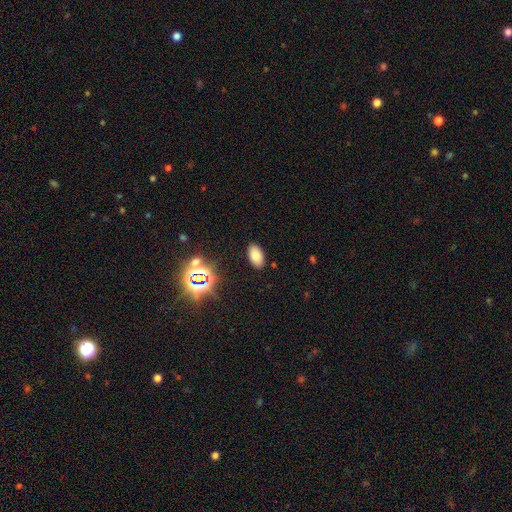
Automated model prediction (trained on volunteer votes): Smooth or featured?
  - smooth: 76% *
  - star or artifact: 16%
  - featured or disk: 8%
How rounded?
  - in between: 94% *
  - round: 4%
  - cigar-shaped: 2%
Merging?
  - none: 88% *
  - minor disturbance: 8%
  - major disturbance: 2%
  - merger: 1%